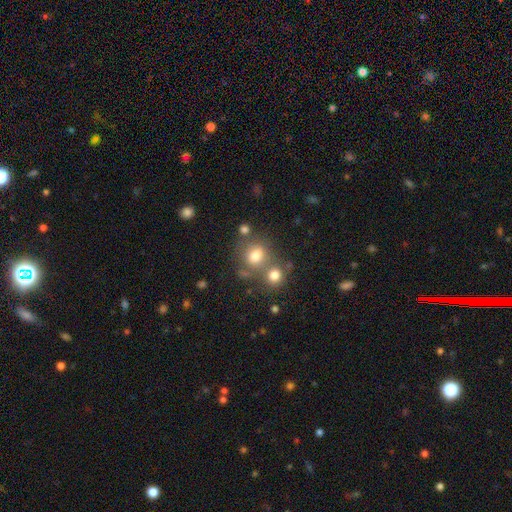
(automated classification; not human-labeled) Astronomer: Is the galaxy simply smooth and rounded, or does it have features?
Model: smooth — 75%.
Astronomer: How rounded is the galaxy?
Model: round — 73%.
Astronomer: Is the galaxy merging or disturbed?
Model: none — 55%.